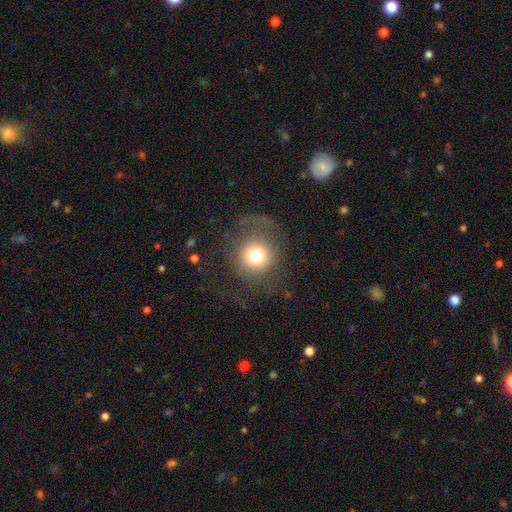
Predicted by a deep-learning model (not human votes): Smooth or featured? Predicted: smooth (p=0.68). How rounded? Predicted: round (p=0.92). Merging? Predicted: none (p=0.66).